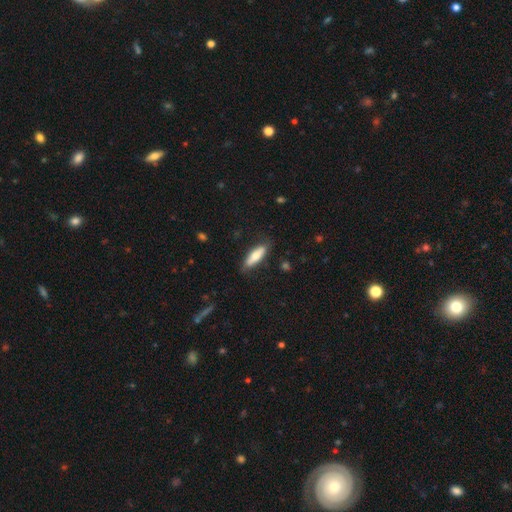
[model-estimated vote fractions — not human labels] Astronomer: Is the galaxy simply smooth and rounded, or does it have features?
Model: smooth — 70%.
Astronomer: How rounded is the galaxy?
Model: cigar-shaped — 52% (runner-up: in between, 46%).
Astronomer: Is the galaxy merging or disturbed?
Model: none — 81%.